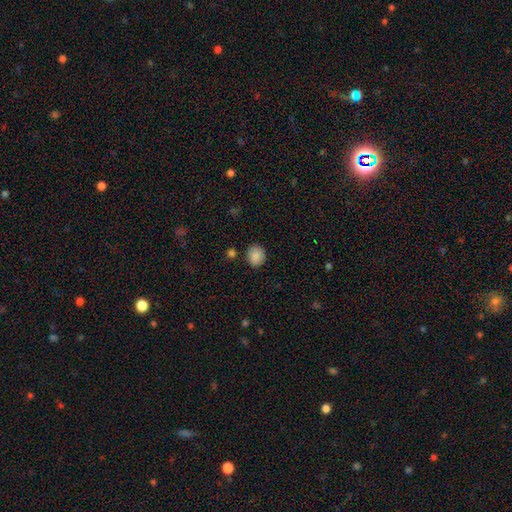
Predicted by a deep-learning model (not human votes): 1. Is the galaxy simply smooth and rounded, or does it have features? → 88% smooth, 8% star or artifact, 4% featured or disk.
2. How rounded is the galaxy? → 64% round, 35% in between, 1% cigar-shaped.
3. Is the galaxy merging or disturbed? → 84% none, 10% minor disturbance, 3% merger, 3% major disturbance.